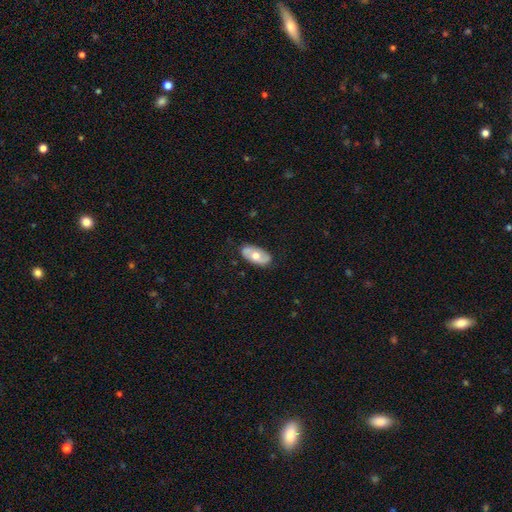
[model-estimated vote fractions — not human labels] Q: Smooth or featured?
A: smooth (52%); runner-up: featured or disk (42%)
Q: How rounded?
A: in between (92%); runner-up: cigar-shaped (4%)
Q: Merging?
A: none (81%); runner-up: minor disturbance (14%)